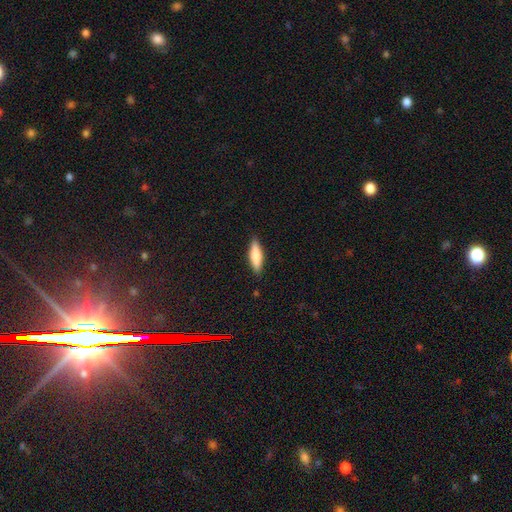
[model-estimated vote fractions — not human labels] Q: Smooth or featured?
A: smooth (75%); runner-up: featured or disk (19%)
Q: How rounded?
A: cigar-shaped (59%); runner-up: in between (39%)
Q: Merging?
A: none (88%); runner-up: minor disturbance (9%)